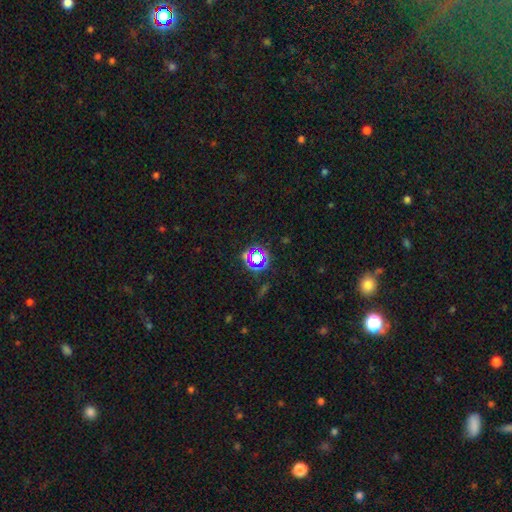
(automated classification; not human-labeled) Overall: star or artifact (66%).